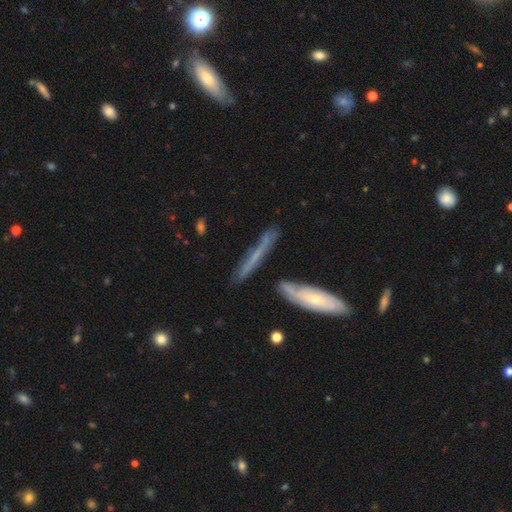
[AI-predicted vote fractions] Q: Smooth or featured?
A: featured or disk (50%); runner-up: smooth (40%)
Q: Merging?
A: none (66%); runner-up: minor disturbance (17%)